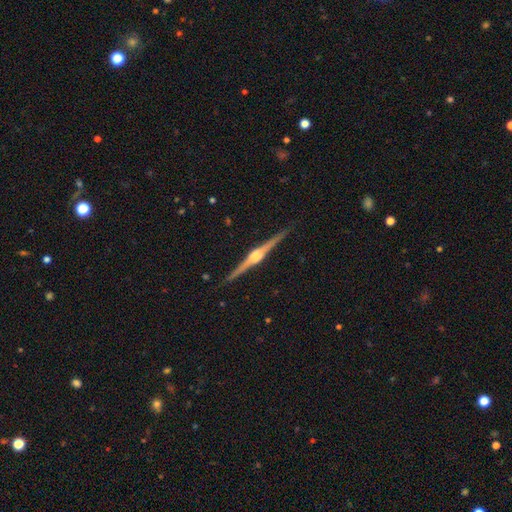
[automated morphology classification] Smooth or featured? featured or disk (89%)
Edge-on disk? yes (99%)
Edge-on bulge? rounded (90%)
Merging? none (91%)